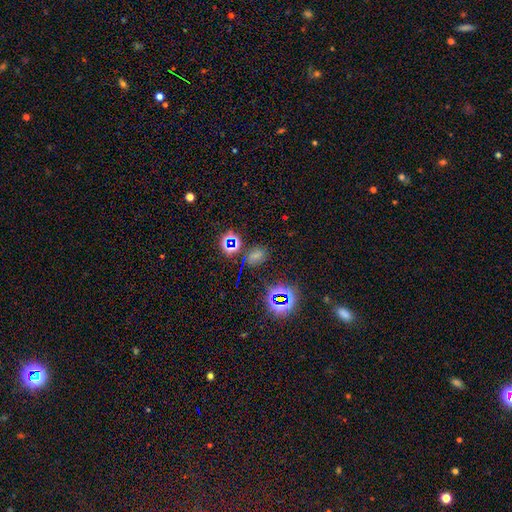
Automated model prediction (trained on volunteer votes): The model was most divided on "smooth or featured": star or artifact: 48%, smooth: 41%, featured or disk: 11%.